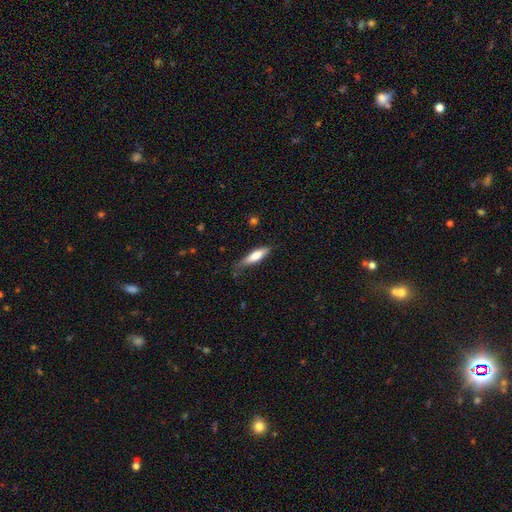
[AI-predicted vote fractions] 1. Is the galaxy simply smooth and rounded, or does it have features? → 65% smooth, 29% featured or disk, 6% star or artifact.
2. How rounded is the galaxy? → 71% cigar-shaped, 27% in between, 2% round.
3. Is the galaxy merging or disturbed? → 72% none, 21% minor disturbance, 4% major disturbance, 2% merger.